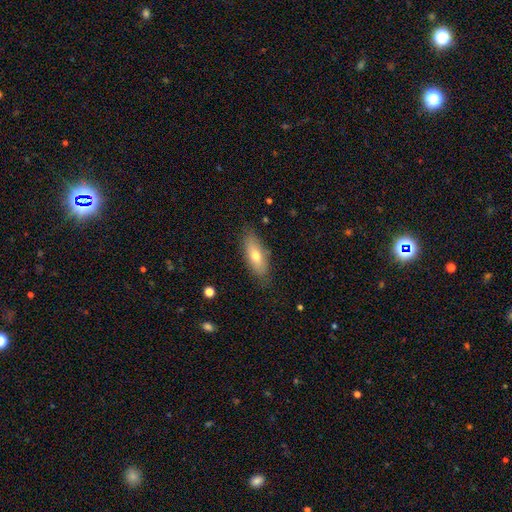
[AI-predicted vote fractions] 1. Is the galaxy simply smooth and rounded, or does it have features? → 68% smooth, 26% featured or disk, 7% star or artifact.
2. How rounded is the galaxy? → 73% in between, 24% cigar-shaped, 3% round.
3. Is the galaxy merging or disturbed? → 80% none, 15% minor disturbance, 3% major disturbance, 1% merger.